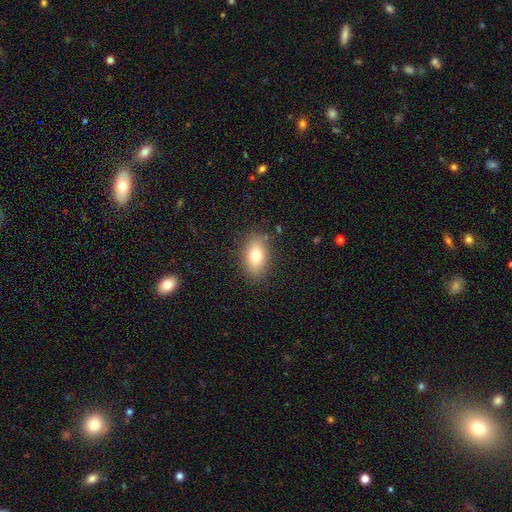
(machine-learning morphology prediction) Smooth or featured?
  - smooth: 77% *
  - featured or disk: 14%
  - star or artifact: 9%
How rounded?
  - in between: 86% *
  - round: 11%
  - cigar-shaped: 3%
Merging?
  - none: 85% *
  - minor disturbance: 11%
  - major disturbance: 3%
  - merger: 1%